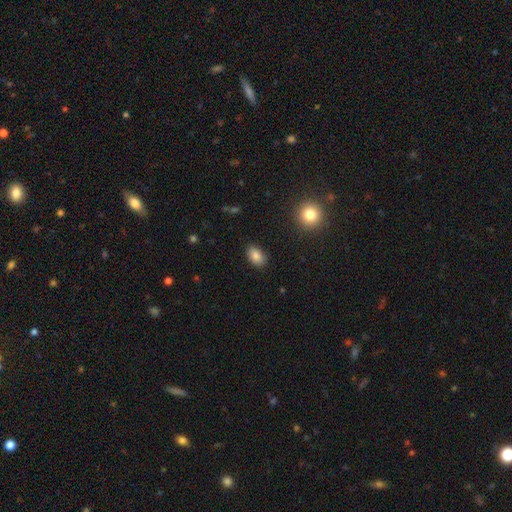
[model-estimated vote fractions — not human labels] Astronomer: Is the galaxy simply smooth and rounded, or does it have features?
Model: smooth — 83%.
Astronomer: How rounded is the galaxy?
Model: in between — 85%.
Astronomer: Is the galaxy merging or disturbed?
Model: none — 85%.